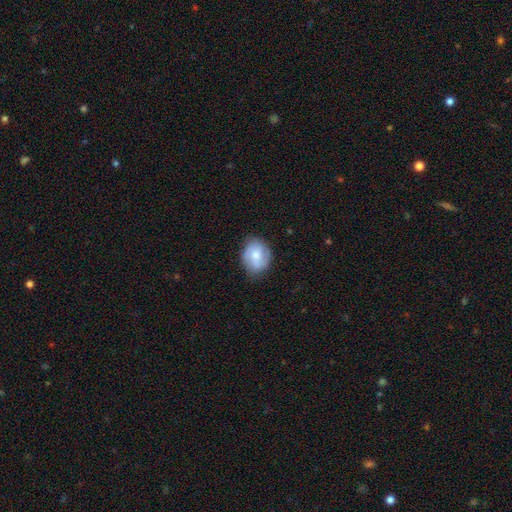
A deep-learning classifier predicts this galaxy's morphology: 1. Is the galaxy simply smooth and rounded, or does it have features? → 56% smooth, 37% featured or disk, 7% star or artifact.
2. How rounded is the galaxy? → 52% round, 46% in between, 1% cigar-shaped.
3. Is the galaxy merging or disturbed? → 73% none, 21% minor disturbance, 5% major disturbance, 1% merger.